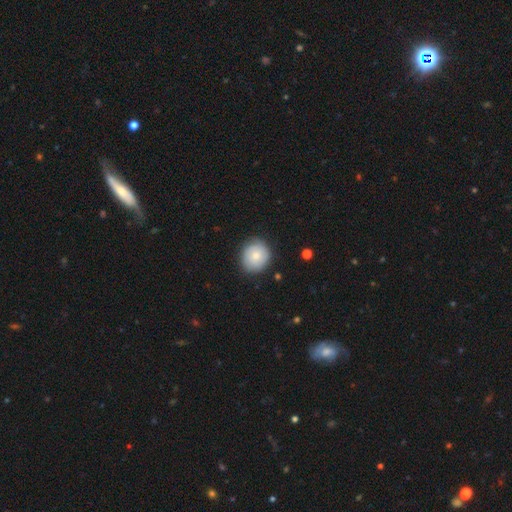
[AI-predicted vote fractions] A smooth galaxy with no disk features (75%) that is round (85%).

Vote fractions:
- Smooth or featured? smooth: 75% / featured or disk: 18% / star or artifact: 7%
- How rounded? round: 85% / in between: 14% / cigar-shaped: 1%
- Merging? none: 82% / minor disturbance: 14% / major disturbance: 3% / merger: 1%